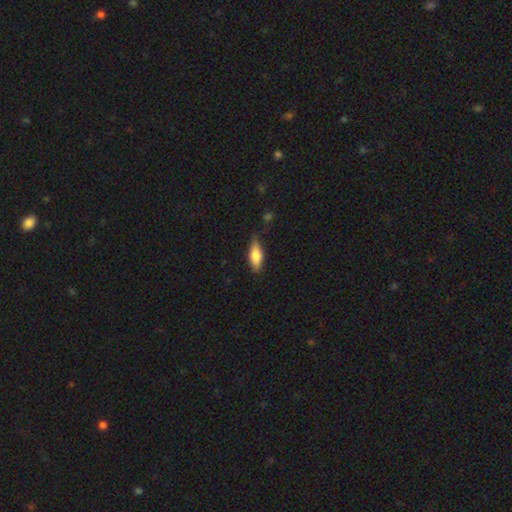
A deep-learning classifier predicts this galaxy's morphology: A smooth galaxy with no disk features (77%) that is in between round and cigar-shaped (71%).

Vote fractions:
- Smooth or featured? smooth: 77% / featured or disk: 17% / star or artifact: 6%
- How rounded? in between: 71% / cigar-shaped: 26% / round: 3%
- Merging? none: 67% / minor disturbance: 26% / major disturbance: 5% / merger: 2%